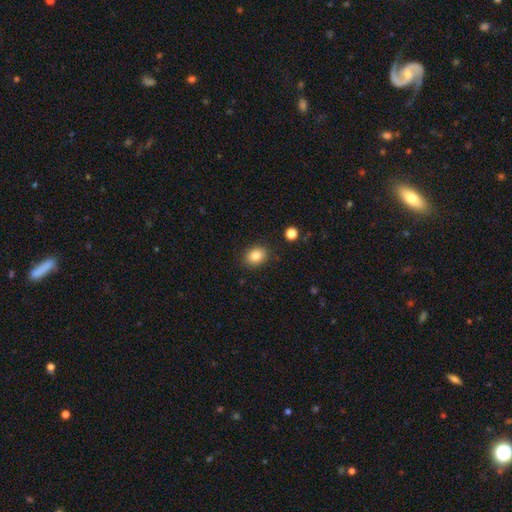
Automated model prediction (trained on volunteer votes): This is clearly a smooth galaxy (84%). How rounded: possibly in between (54%). Merging: clearly none (86%).